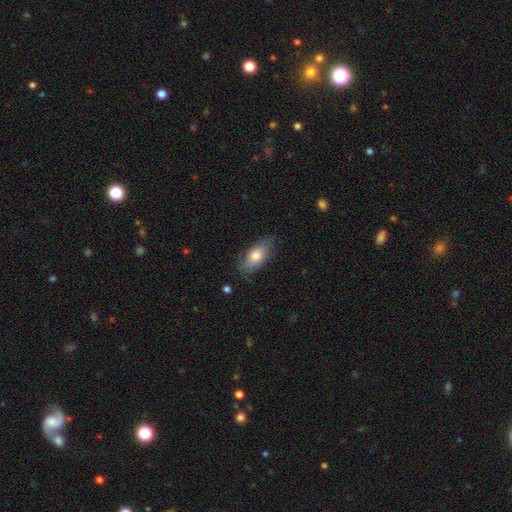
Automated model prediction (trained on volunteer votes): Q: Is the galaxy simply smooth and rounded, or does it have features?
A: smooth — 72%.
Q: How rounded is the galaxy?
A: in between — 88%.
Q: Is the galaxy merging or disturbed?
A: none — 76%.